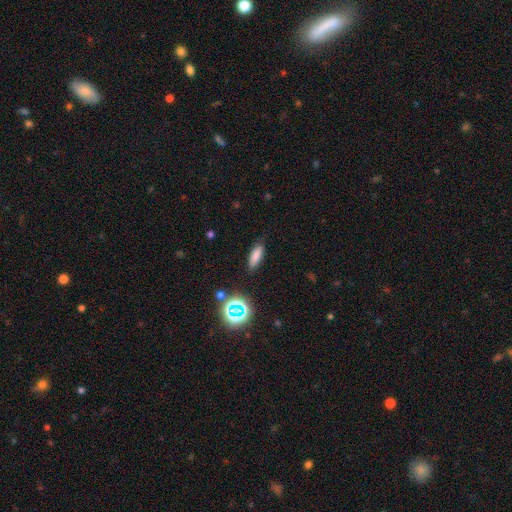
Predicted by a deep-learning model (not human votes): Overall: smooth (76%). How rounded: in between (53%; cigar-shaped 43%). Merging: none (83%).